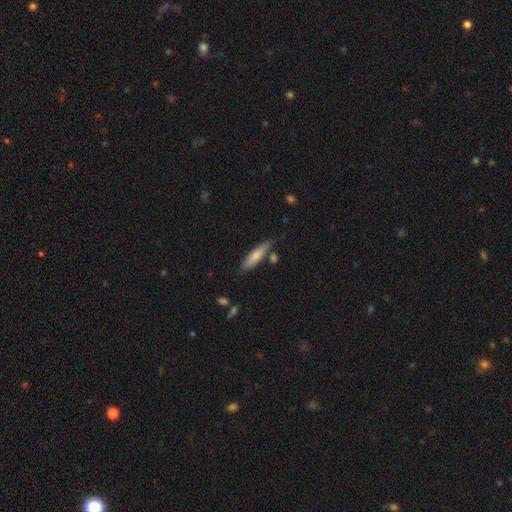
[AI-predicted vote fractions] A smooth galaxy with no disk features (76%) that is cigar-shaped (70%). Merging: none (73%).